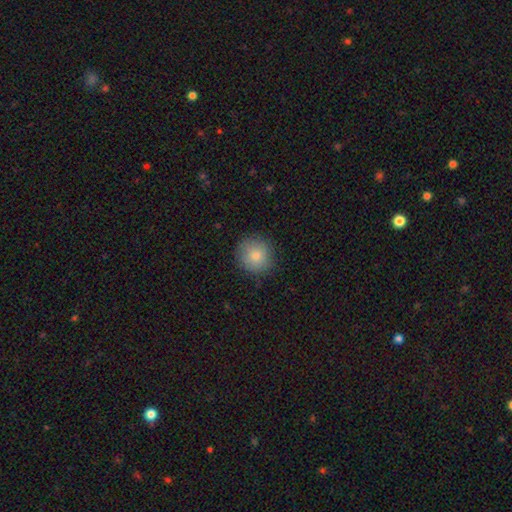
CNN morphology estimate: smooth_or_featured: smooth (p=0.81) [alt: star or artifact p=0.10]
how_rounded: round (p=0.93) [alt: in between p=0.06]
merging: none (p=0.88) [alt: minor disturbance p=0.09]